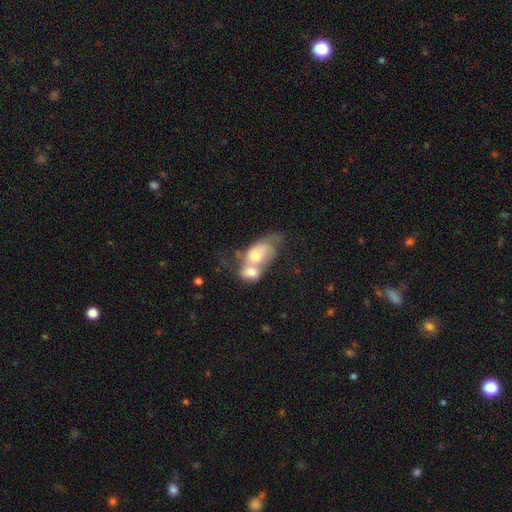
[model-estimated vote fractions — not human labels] This appears to be a smooth galaxy with no disk features (57%) that is in between round and cigar-shaped (76%). Merging: merger (78%).